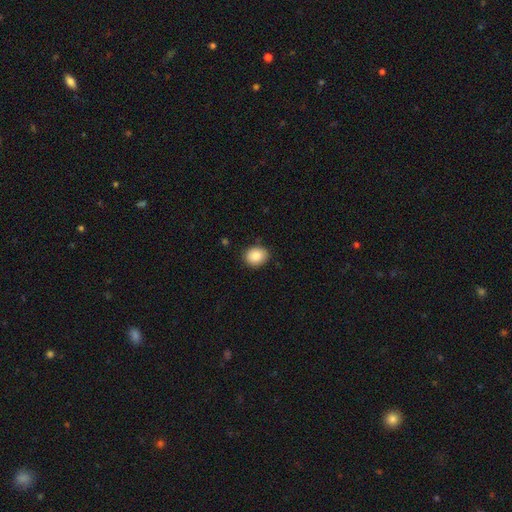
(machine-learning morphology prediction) smooth-or-featured: smooth: 88% | star or artifact: 8% | featured or disk: 4%
  how-rounded: round: 62% | in between: 37% | cigar-shaped: 1%
  merging: none: 85% | minor disturbance: 11% | major disturbance: 2% | merger: 1%